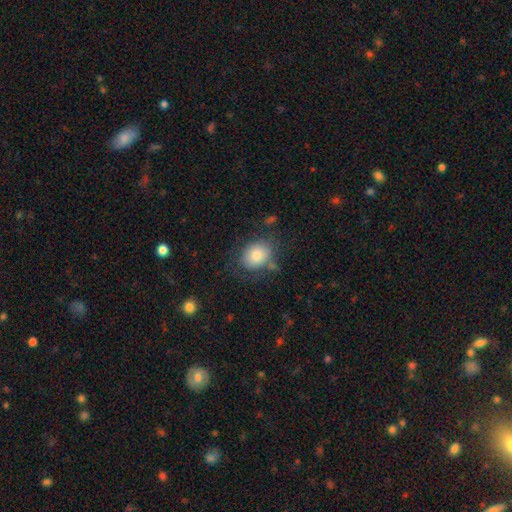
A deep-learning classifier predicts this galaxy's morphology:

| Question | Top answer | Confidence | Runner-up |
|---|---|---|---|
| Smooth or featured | smooth | 79% | featured or disk (12%) |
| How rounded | in between | 50% | round (49%) |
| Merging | none | 70% | minor disturbance (19%) |